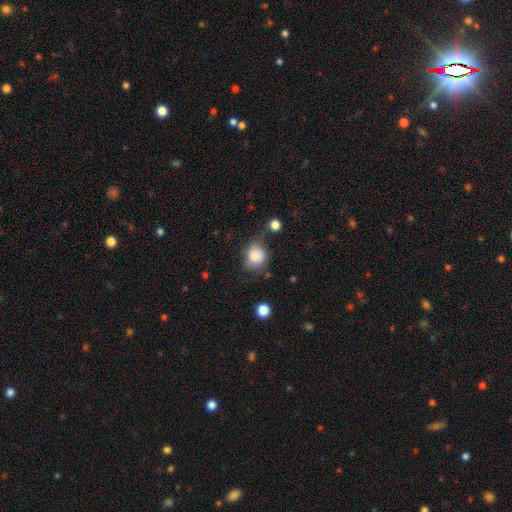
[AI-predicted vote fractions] This is clearly a smooth galaxy (83%). How rounded: likely round (71%). Merging: possibly none (55%).